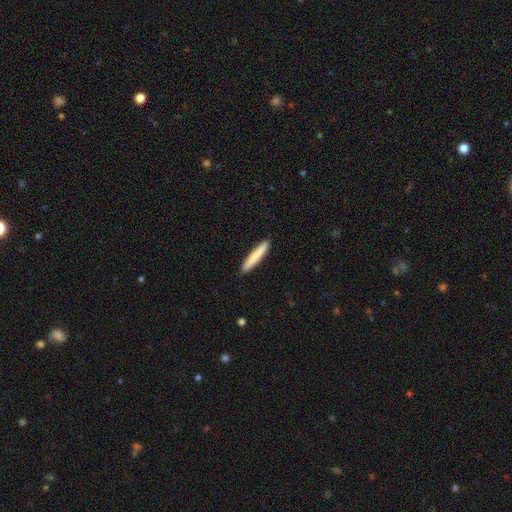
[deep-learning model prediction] Morphology: type=smooth (78%); roundness=cigar-shaped (95%); merging=none (92%).